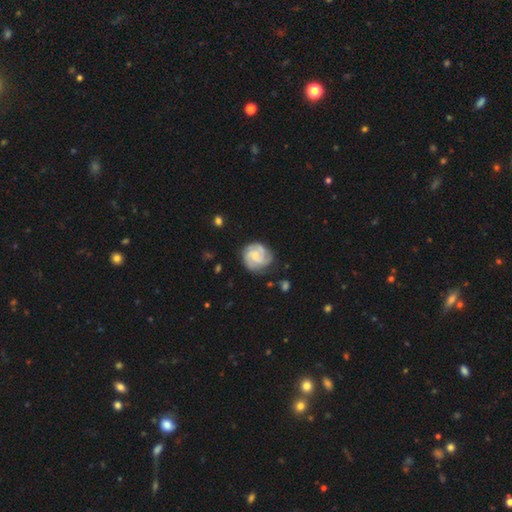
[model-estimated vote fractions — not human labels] Q: Smooth or featured?
A: featured or disk (81%); runner-up: smooth (14%)
Q: Edge-on disk?
A: no (98%); runner-up: yes (2%)
Q: Bar?
A: no (63%); runner-up: weak (32%)
Q: Spiral arms?
A: yes (97%); runner-up: no (3%)
Q: Spiral winding?
A: tight (58%); runner-up: medium (35%)
Q: Spiral arm count?
A: 3 (53%); runner-up: 2 (16%)
Q: Bulge size?
A: small (53%); runner-up: moderate (40%)
Q: Merging?
A: none (76%); runner-up: minor disturbance (18%)